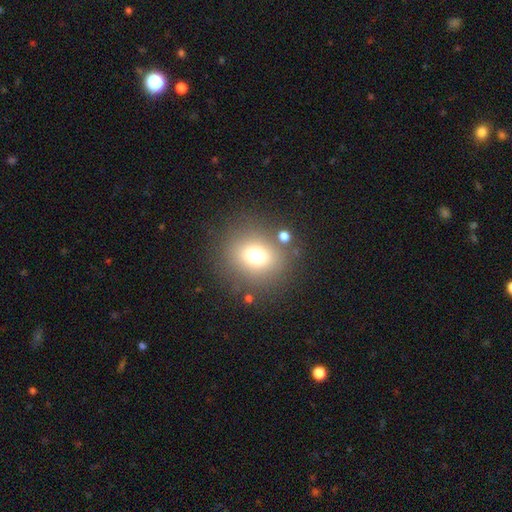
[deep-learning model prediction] Overall: smooth (70%). How rounded: round (77%). Merging: none (79%).